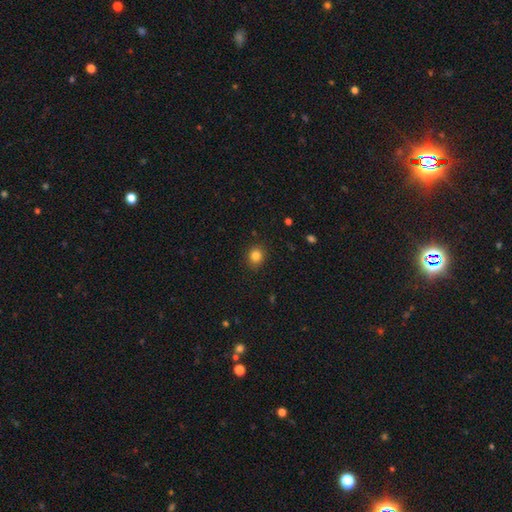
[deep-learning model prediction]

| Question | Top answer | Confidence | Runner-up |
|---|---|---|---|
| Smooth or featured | smooth | 84% | star or artifact (11%) |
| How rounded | round | 73% | in between (26%) |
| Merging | none | 89% | minor disturbance (8%) |